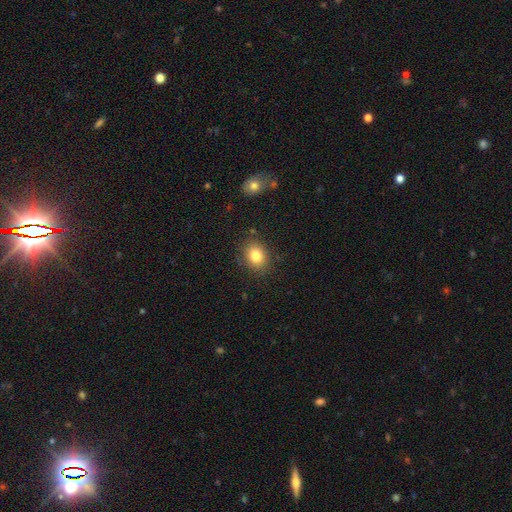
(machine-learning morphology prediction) This is clearly a smooth galaxy (82%). How rounded: possibly in between (51%). Merging: clearly none (84%).